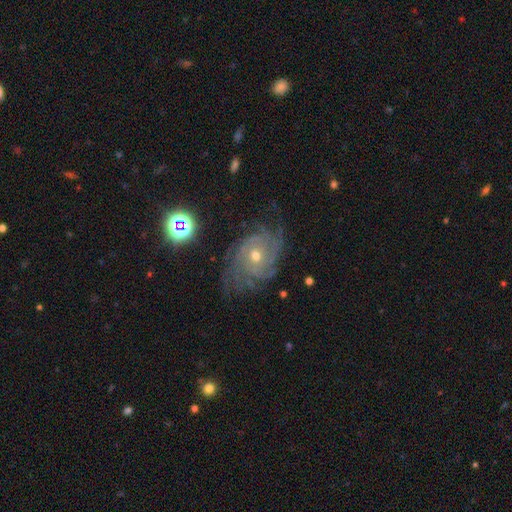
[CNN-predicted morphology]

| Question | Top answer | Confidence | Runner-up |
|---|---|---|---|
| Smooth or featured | featured or disk | 86% | star or artifact (8%) |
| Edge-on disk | no | 97% | yes (3%) |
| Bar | no | 73% | weak (22%) |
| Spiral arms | yes | 96% | no (4%) |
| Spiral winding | tight | 64% | medium (29%) |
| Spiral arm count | can't tell | 32% | 4 (20%) |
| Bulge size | small | 49% | moderate (47%) |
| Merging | none | 68% | minor disturbance (19%) |